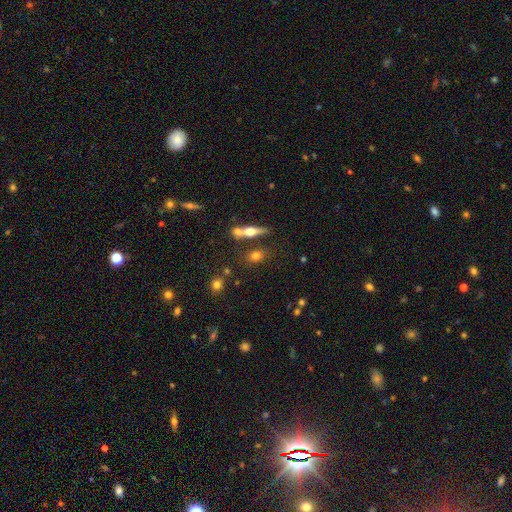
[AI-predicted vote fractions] This is likely a smooth galaxy (67%). How rounded: possibly in between (57%). Merging: likely none (60%).